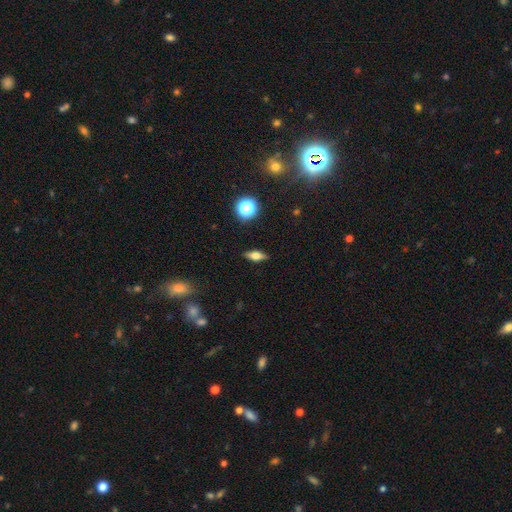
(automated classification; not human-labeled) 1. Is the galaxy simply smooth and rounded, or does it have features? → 47% smooth, 43% featured or disk, 11% star or artifact.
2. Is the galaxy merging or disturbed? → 88% none, 8% minor disturbance, 2% major disturbance, 1% merger.